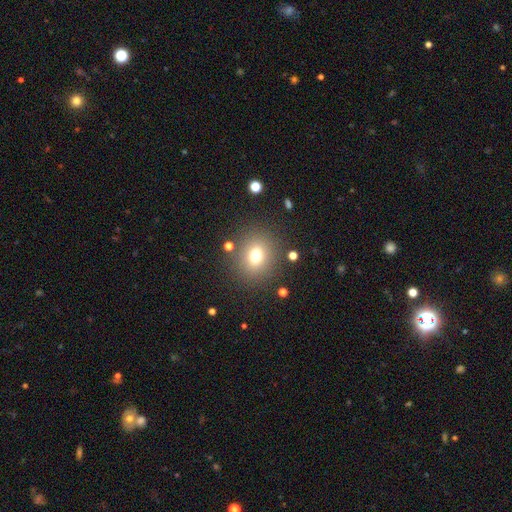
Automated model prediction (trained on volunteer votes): The model was most divided on "how rounded": round: 72%, in between: 27%, cigar-shaped: 1%. More confident: merging — none (84%); smooth or featured — smooth (72%).